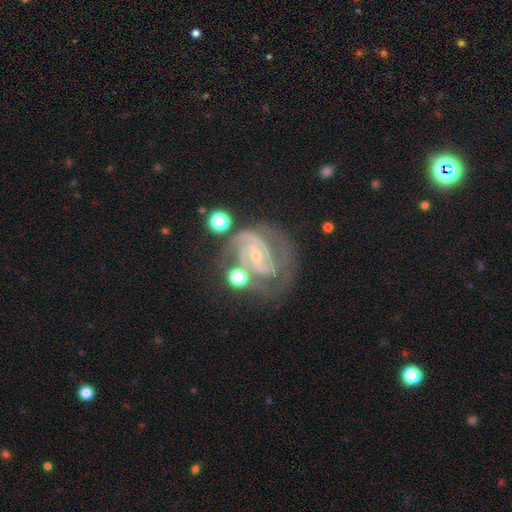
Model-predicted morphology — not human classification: This appears to be a featured or disk galaxy (88%) with a weak bar (41%), 2 (53%) tight (52%) spiral arms (96%) and a small central bulge (73%). Merging: none (52%).